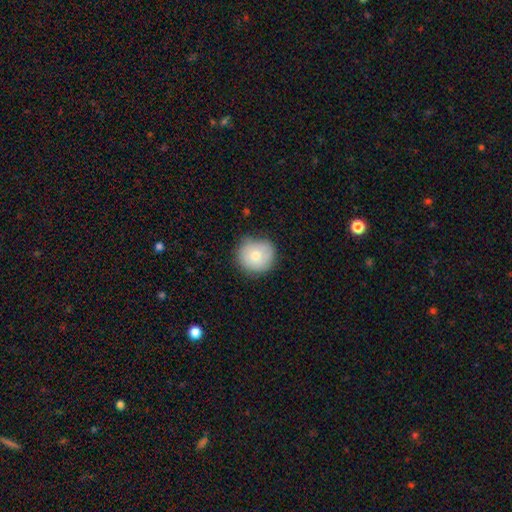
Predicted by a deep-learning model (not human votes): Overall: smooth (73%). How rounded: round (90%). Merging: none (74%).